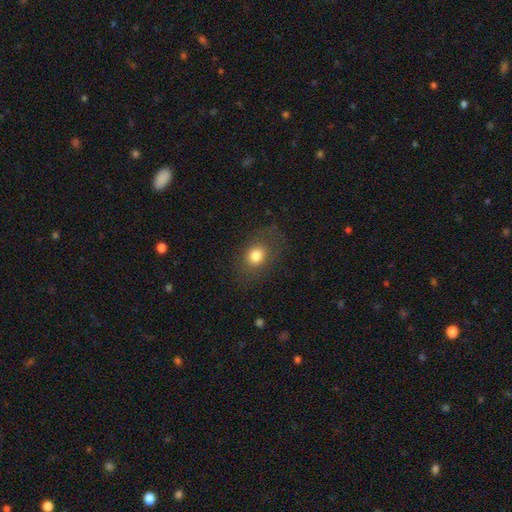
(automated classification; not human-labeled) Smooth or featured?
  - smooth: 78% *
  - featured or disk: 11%
  - star or artifact: 11%
How rounded?
  - in between: 54% *
  - round: 45%
  - cigar-shaped: 1%
Merging?
  - none: 74% *
  - minor disturbance: 16%
  - major disturbance: 9%
  - merger: 1%